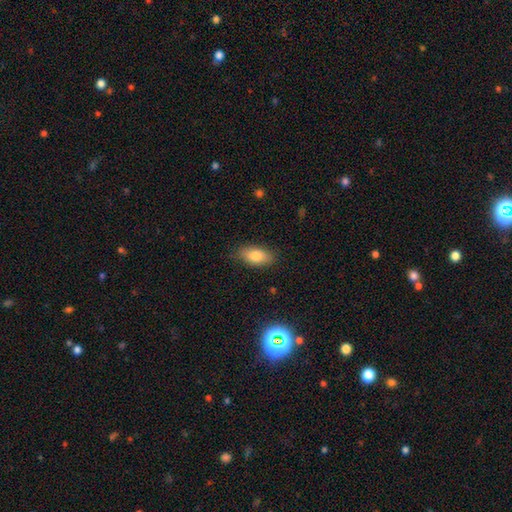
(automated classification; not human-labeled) smooth 82%, featured or disk 10%, star or artifact 8%. Down the decision tree: how rounded — in between (90%); merging — none (84%).